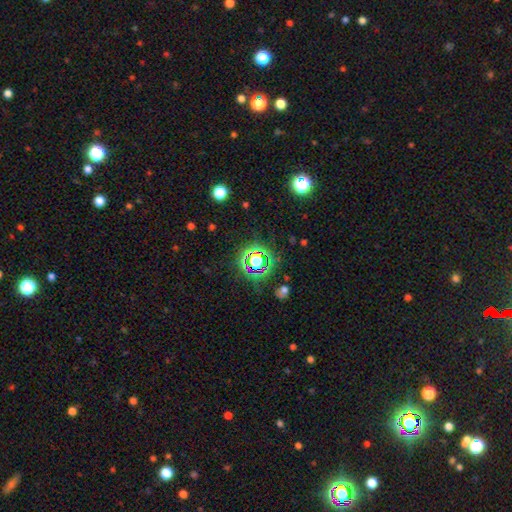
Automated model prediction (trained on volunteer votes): Smooth or featured: star or artifact — 67% (smooth — 23%)